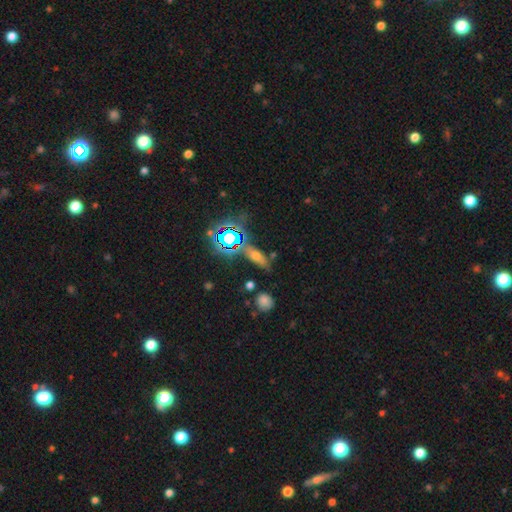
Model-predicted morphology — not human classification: Smooth or featured: smooth — 46% (star or artifact — 30%)
Merging: none — 75% (minor disturbance — 14%)